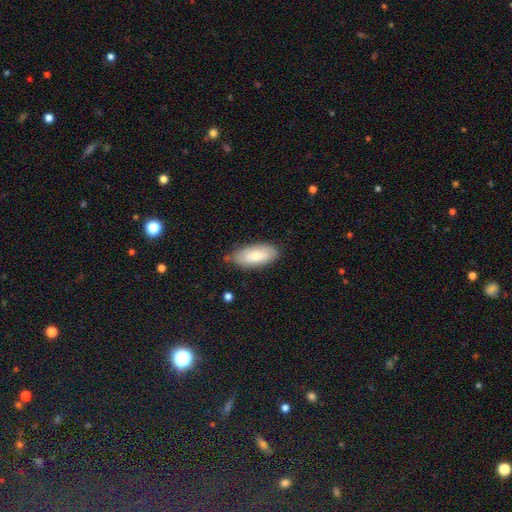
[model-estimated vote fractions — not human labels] A smooth galaxy with no disk features (76%) that is in between round and cigar-shaped (90%).

Vote fractions:
- Smooth or featured? smooth: 76% / featured or disk: 19% / star or artifact: 6%
- How rounded? in between: 90% / cigar-shaped: 8% / round: 2%
- Merging? none: 75% / minor disturbance: 19% / major disturbance: 3% / merger: 2%